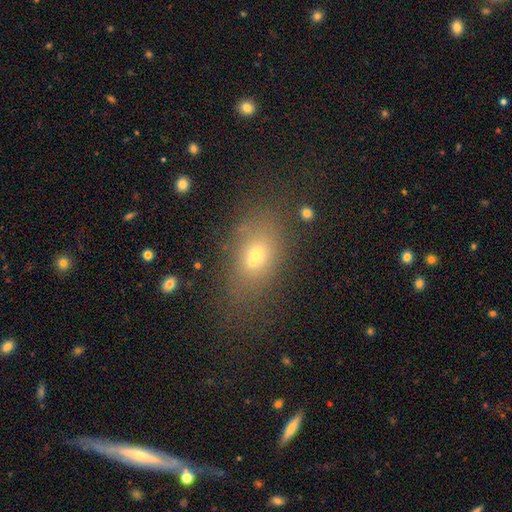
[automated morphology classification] Smooth or featured?
  - smooth: 61% *
  - featured or disk: 21%
  - star or artifact: 18%
How rounded?
  - in between: 74% *
  - round: 22%
  - cigar-shaped: 3%
Merging?
  - none: 45% *
  - merger: 32%
  - minor disturbance: 15%
  - major disturbance: 9%